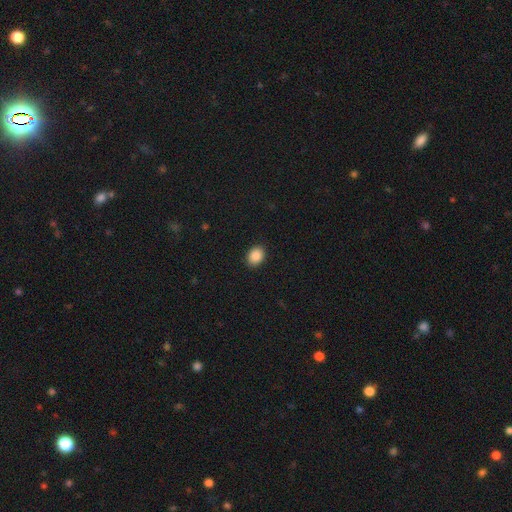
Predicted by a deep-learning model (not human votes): Overall: smooth (88%). How rounded: in between (64%; round 35%). Merging: none (91%).